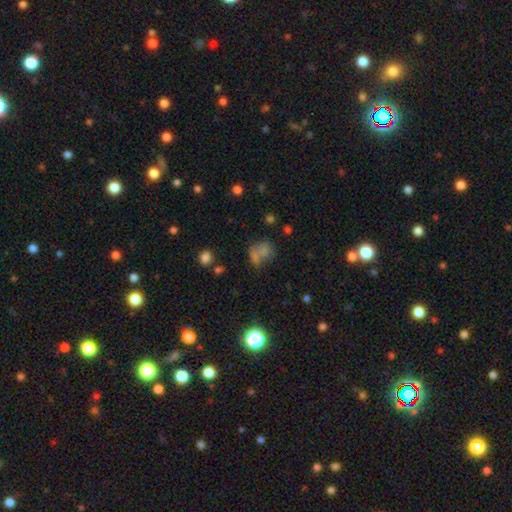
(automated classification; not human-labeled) Smooth or featured: smooth — 57% (star or artifact — 27%)
How rounded: round — 55% (in between — 43%)
Merging: none — 38% (merger — 35%)